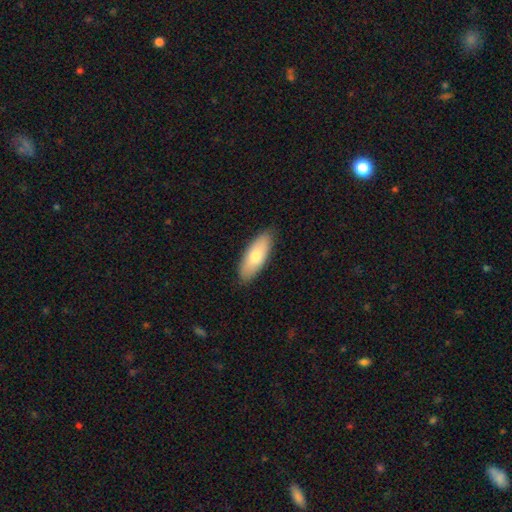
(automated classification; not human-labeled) Morphology: type=smooth (72%); roundness=in between (77%); merging=none (87%).